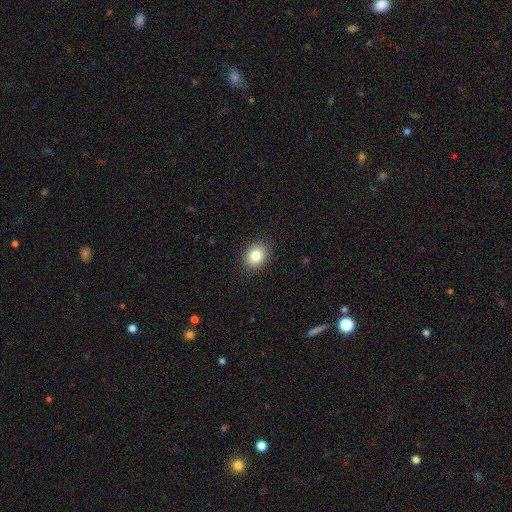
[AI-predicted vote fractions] Smooth or featured? Predicted: smooth (p=0.83). How rounded? Predicted: in between (p=0.54). Merging? Predicted: none (p=0.89).